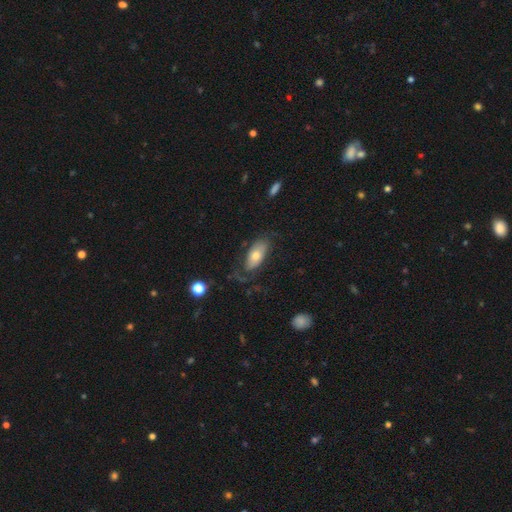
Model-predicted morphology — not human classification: Q: Smooth or featured?
A: smooth (63%); runner-up: featured or disk (30%)
Q: How rounded?
A: in between (87%); runner-up: cigar-shaped (10%)
Q: Merging?
A: none (55%); runner-up: minor disturbance (24%)